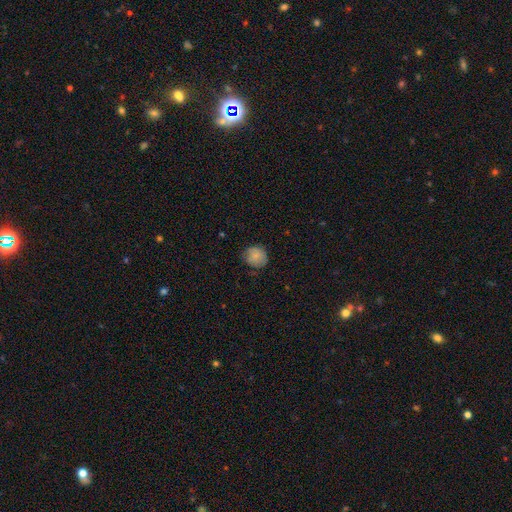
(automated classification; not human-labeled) A smooth galaxy with no disk features (80%) that is round (83%).

Vote fractions:
- Smooth or featured? smooth: 80% / featured or disk: 11% / star or artifact: 9%
- How rounded? round: 83% / in between: 16% / cigar-shaped: 1%
- Merging? none: 72% / minor disturbance: 22% / major disturbance: 5% / merger: 1%